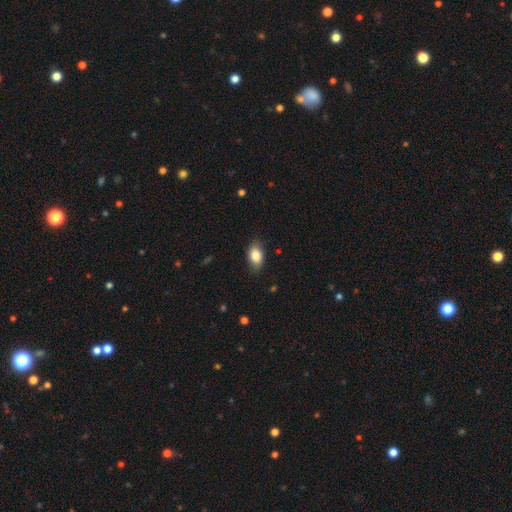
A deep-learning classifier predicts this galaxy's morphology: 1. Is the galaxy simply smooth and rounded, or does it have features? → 84% smooth, 9% featured or disk, 7% star or artifact.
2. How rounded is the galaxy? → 89% in between, 8% round, 2% cigar-shaped.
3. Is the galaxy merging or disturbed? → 82% none, 14% minor disturbance, 3% major disturbance, 1% merger.